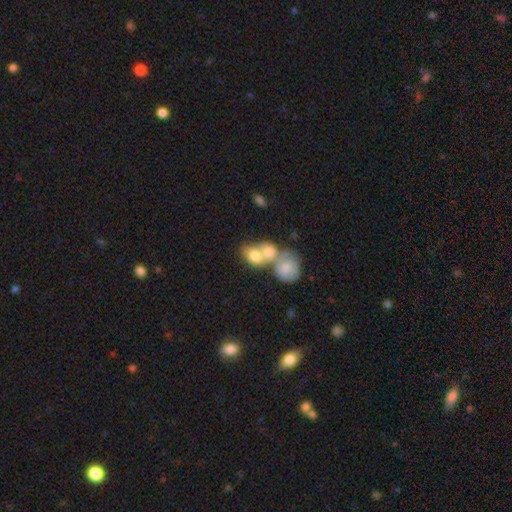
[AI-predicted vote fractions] smooth 73%, featured or disk 19%, star or artifact 8%. Down the decision tree: how rounded — in between (60%); merging — merger (69%).